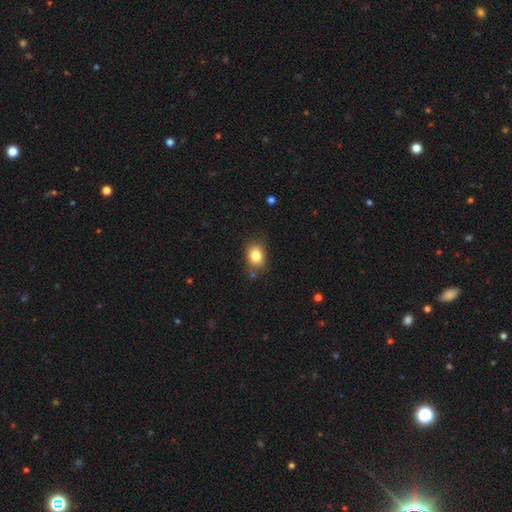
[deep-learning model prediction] smooth 83%, star or artifact 9%, featured or disk 7%. Down the decision tree: how rounded — in between (68%); merging — none (77%).